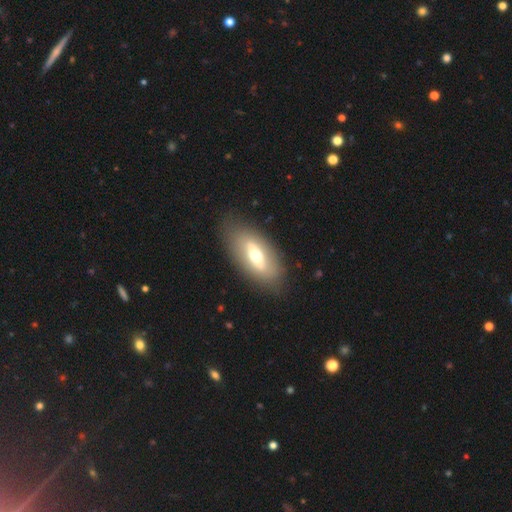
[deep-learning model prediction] This appears to be a smooth galaxy with no disk features (47%, tied with featured or disk). Merging: none (83%).